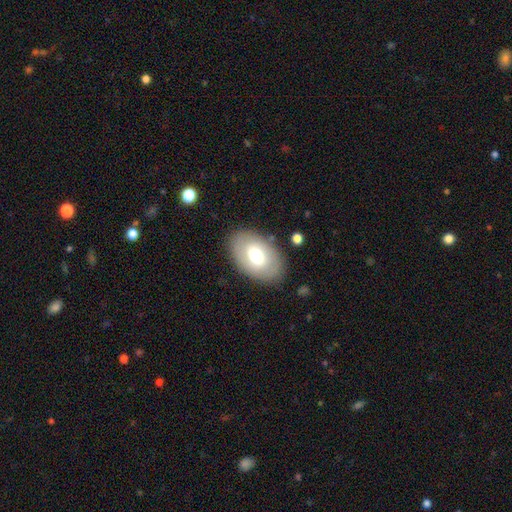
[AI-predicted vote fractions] This is likely a smooth galaxy (63%). How rounded: clearly in between (88%). Merging: clearly none (83%).